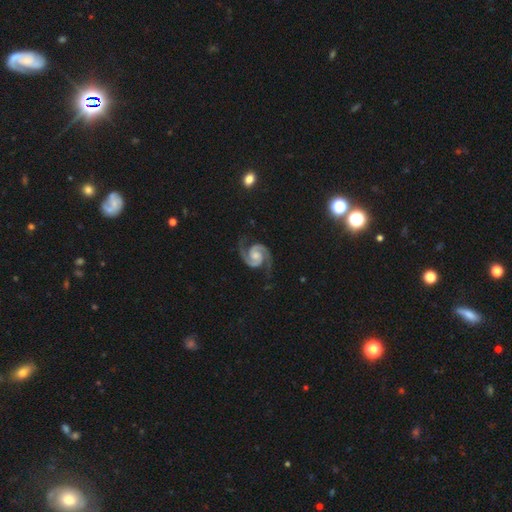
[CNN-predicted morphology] This appears to be a featured or disk galaxy (94%) with no bar (64%), 2 (95%) medium (54%) spiral arms (99%) and a moderate central bulge (49%). Merging: none (81%).